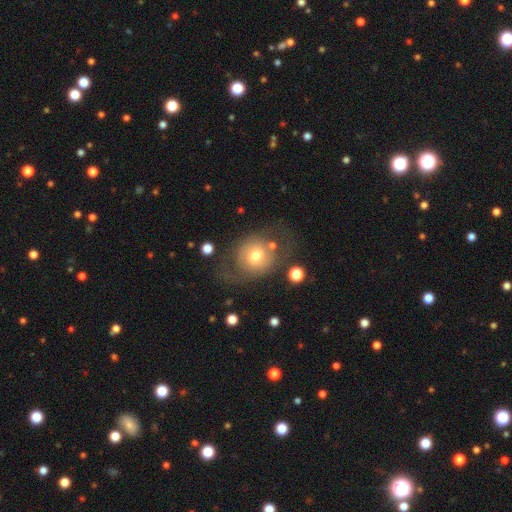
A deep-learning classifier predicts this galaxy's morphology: smooth-or-featured: smooth: 51% | featured or disk: 40% | star or artifact: 9%
  how-rounded: round: 65% | in between: 34% | cigar-shaped: 1%
  merging: none: 53% | major disturbance: 22% | minor disturbance: 20% | merger: 5%